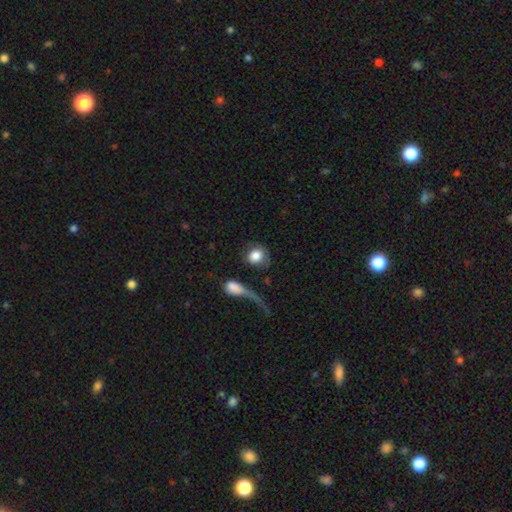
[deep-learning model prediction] This is likely a smooth galaxy (79%). How rounded: likely round (76%). Merging: marginally none (45%).